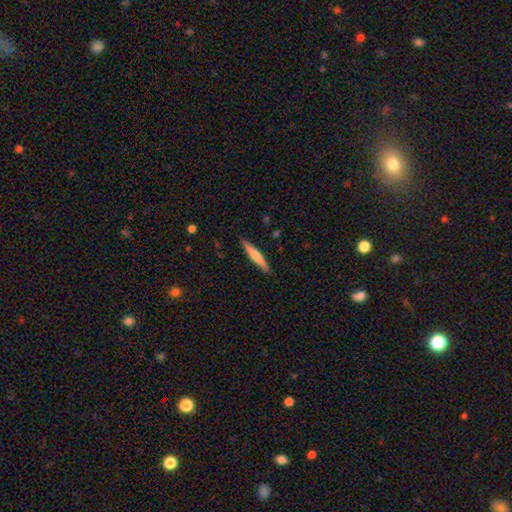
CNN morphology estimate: A smooth galaxy with no disk features (61%) that is cigar-shaped (93%). Merging: none (90%).